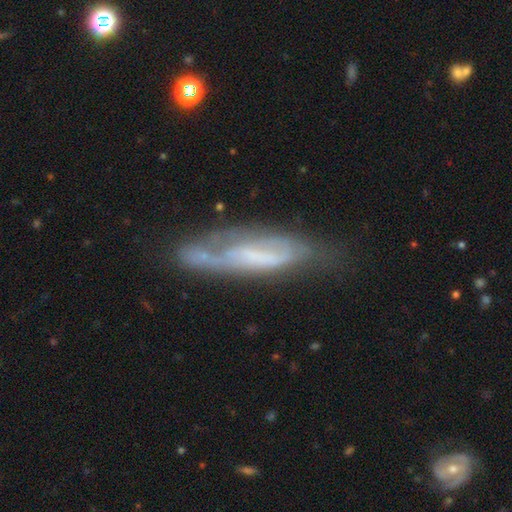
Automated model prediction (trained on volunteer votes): smooth-or-featured: featured or disk: 62% | smooth: 29% | star or artifact: 8%
  disk-edge-on: no: 61% | yes: 39%
  merging: none: 50% | minor disturbance: 28% | major disturbance: 16% | merger: 6%